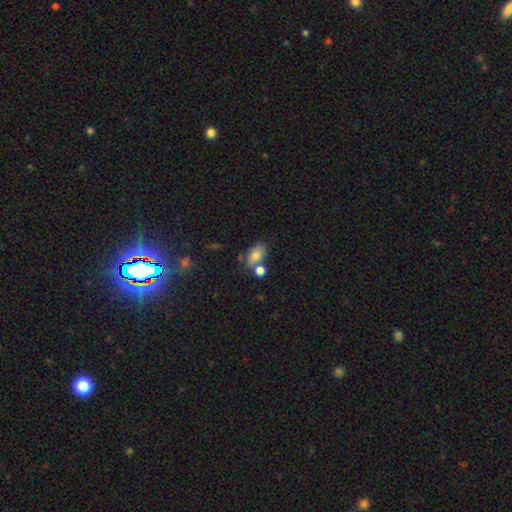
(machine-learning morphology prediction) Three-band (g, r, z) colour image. It shows a smooth galaxy with no disk features (78%) that is in between round and cigar-shaped (86%). Merging: none (51%).